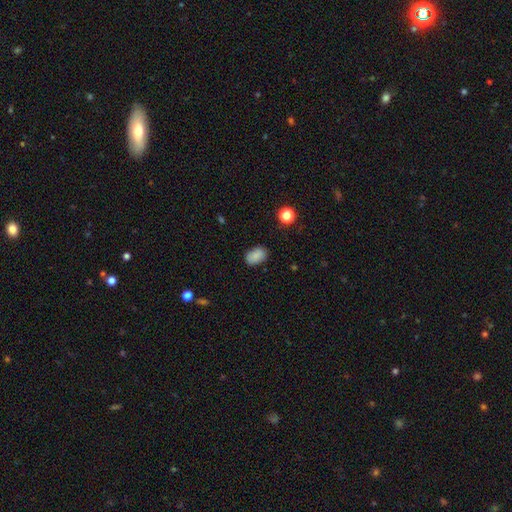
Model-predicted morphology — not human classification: A smooth galaxy with no disk features (86%) that is in between round and cigar-shaped (87%). Merging: none (81%).